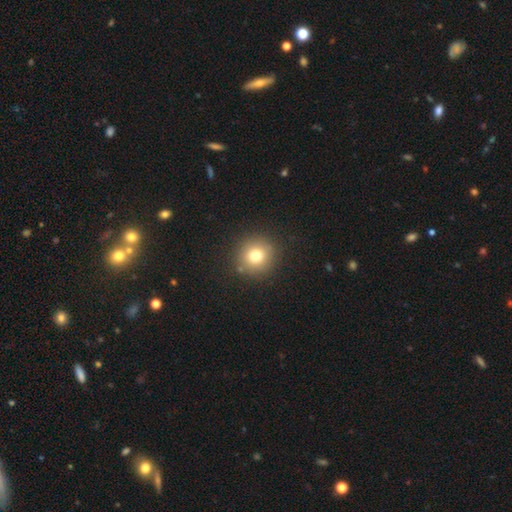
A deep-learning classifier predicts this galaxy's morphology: Smooth or featured: smooth — 76% (star or artifact — 13%)
How rounded: round — 93% (in between — 6%)
Merging: none — 88% (minor disturbance — 7%)